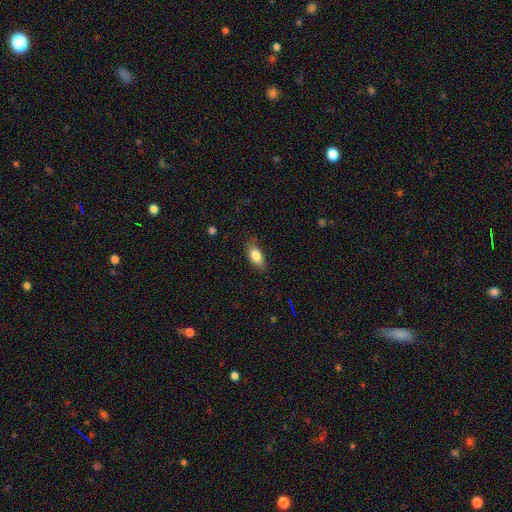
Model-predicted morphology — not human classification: Smooth or featured? Predicted: smooth (p=0.83). How rounded? Predicted: in between (p=0.86). Merging? Predicted: none (p=0.77).